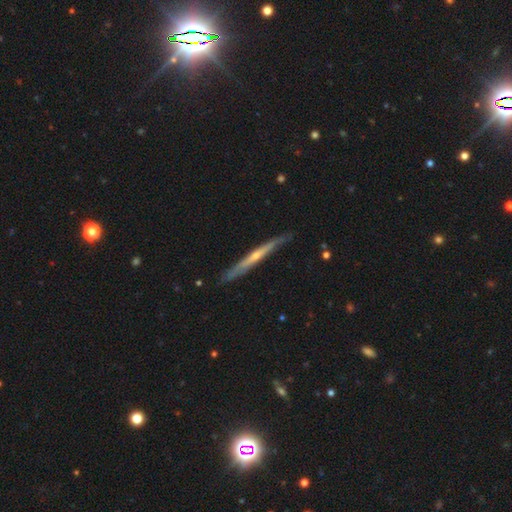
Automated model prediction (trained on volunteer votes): Smooth or featured? featured or disk (69%)
Edge-on disk? yes (96%)
Edge-on bulge? rounded (55%)
Merging? none (83%)